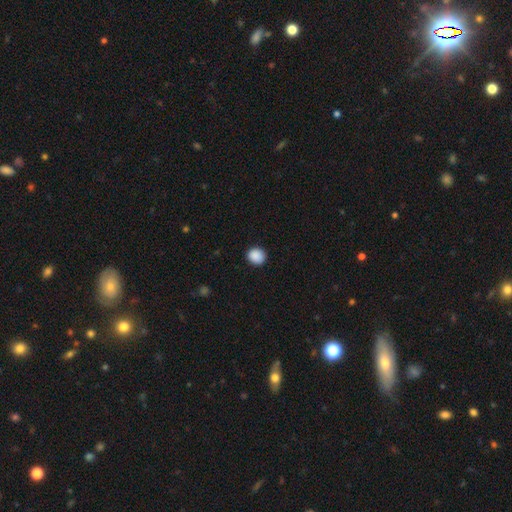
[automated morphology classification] A smooth galaxy with no disk features (89%) that is round (79%). Merging: none (90%).